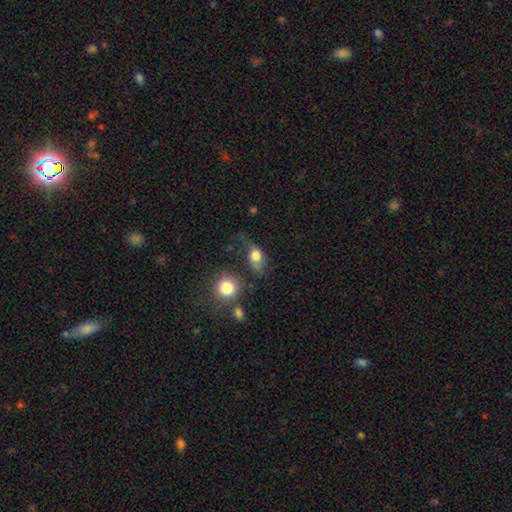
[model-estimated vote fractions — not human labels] Smooth or featured: smooth — 70% (featured or disk — 20%)
How rounded: in between — 63% (round — 34%)
Merging: none — 35% (major disturbance — 30%)